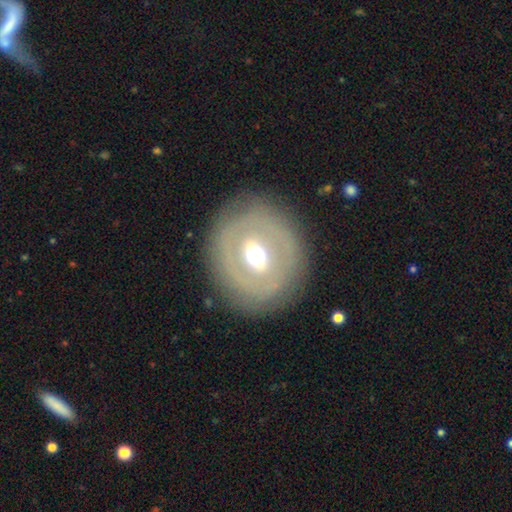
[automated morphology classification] featured or disk 59%, smooth 32%, star or artifact 9%. Down the decision tree: edge-on disk — no (90%); bar — weak (35%); spiral arms — no (83%); bulge size — moderate (63%); merging — none (81%).